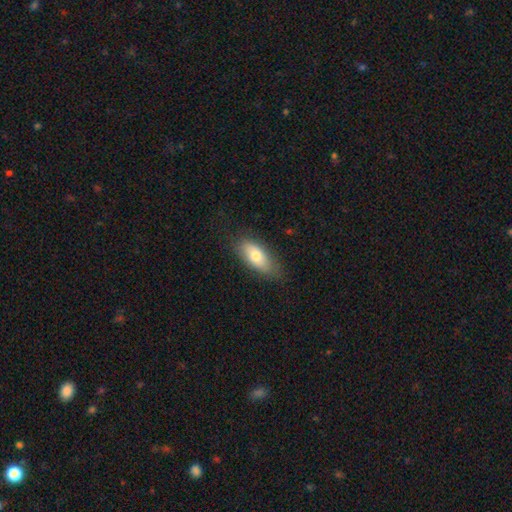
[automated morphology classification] Q: Smooth or featured?
A: smooth (74%); runner-up: featured or disk (20%)
Q: How rounded?
A: in between (83%); runner-up: cigar-shaped (14%)
Q: Merging?
A: none (77%); runner-up: minor disturbance (18%)